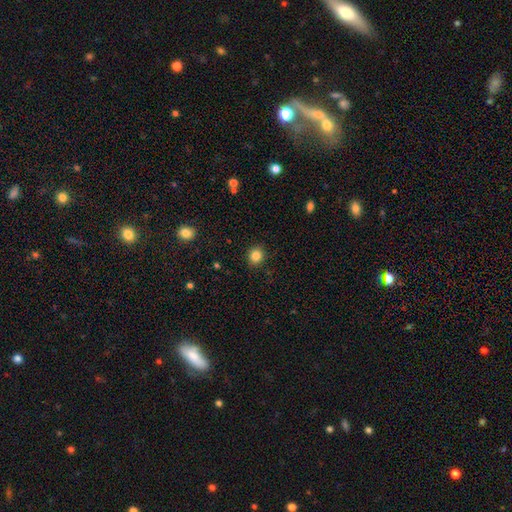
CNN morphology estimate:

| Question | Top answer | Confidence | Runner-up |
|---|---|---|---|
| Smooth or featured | smooth | 85% | star or artifact (11%) |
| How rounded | round | 82% | in between (17%) |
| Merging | none | 91% | minor disturbance (6%) |